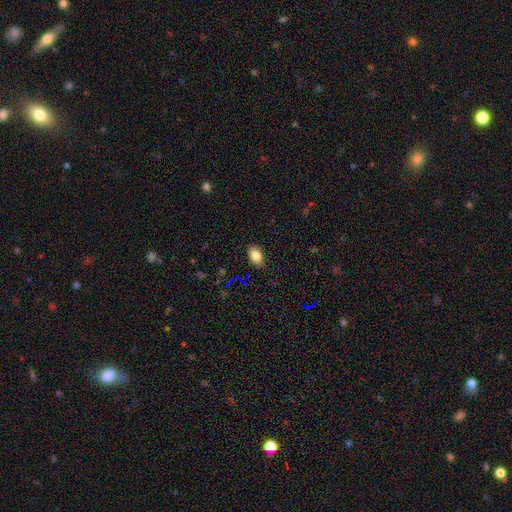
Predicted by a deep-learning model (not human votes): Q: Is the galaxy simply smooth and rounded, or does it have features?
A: smooth — 84%.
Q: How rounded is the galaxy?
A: in between — 86%.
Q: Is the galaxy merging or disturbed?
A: none — 87%.